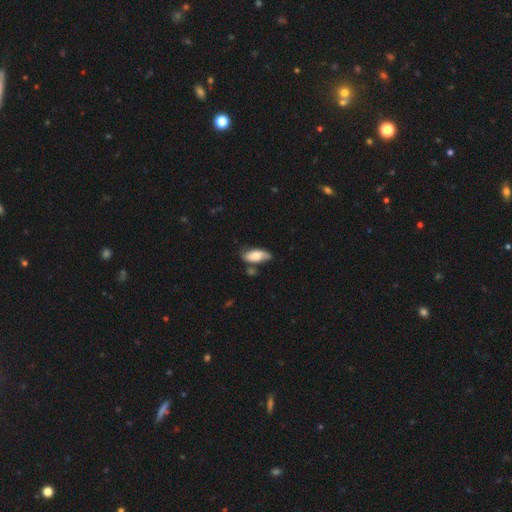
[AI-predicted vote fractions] Overall: smooth (60%; featured or disk 34%). How rounded: in between (84%). Merging: none (58%; minor disturbance 26%).